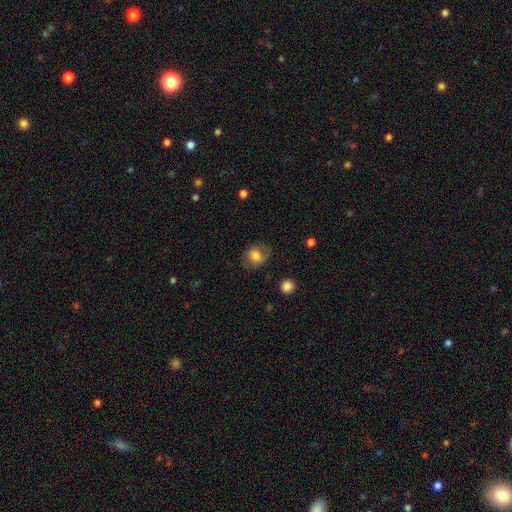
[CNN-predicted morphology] This appears to be a smooth galaxy with no disk features (71%) that is round (53%). Merging: none (70%).